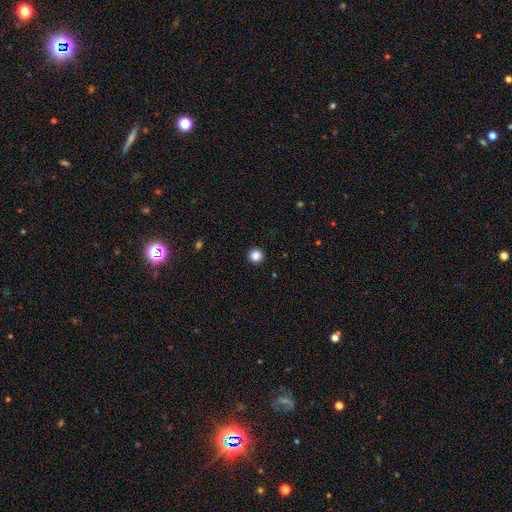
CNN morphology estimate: This is clearly a smooth galaxy (87%). How rounded: clearly round (95%). Merging: clearly none (93%).